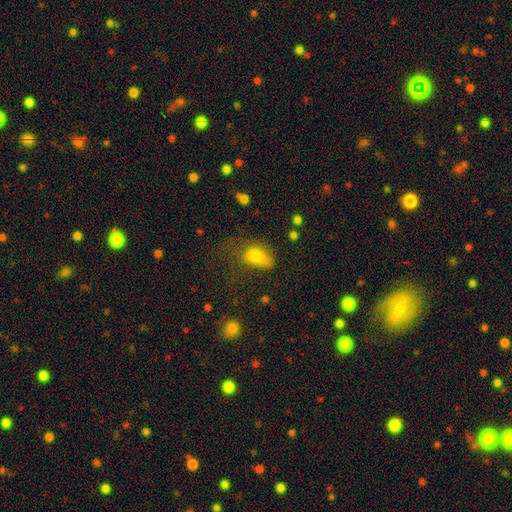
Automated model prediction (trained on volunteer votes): smooth-or-featured: smooth: 74% | featured or disk: 14% | star or artifact: 12%
  how-rounded: in between: 81% | round: 15% | cigar-shaped: 3%
  merging: major disturbance: 37% | none: 31% | minor disturbance: 28% | merger: 5%